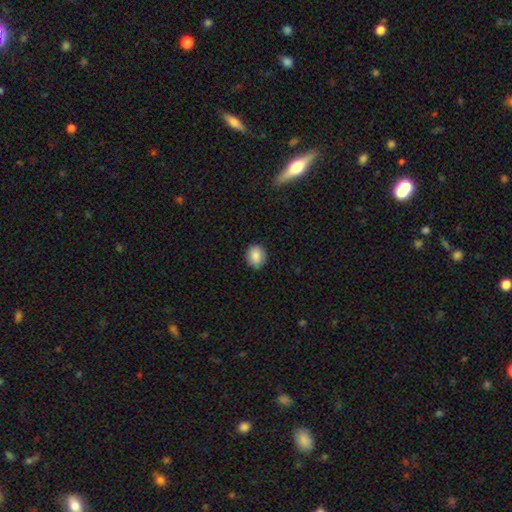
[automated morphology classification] Q: Smooth or featured?
A: smooth (86%); runner-up: star or artifact (8%)
Q: How rounded?
A: round (74%); runner-up: in between (25%)
Q: Merging?
A: none (87%); runner-up: minor disturbance (10%)